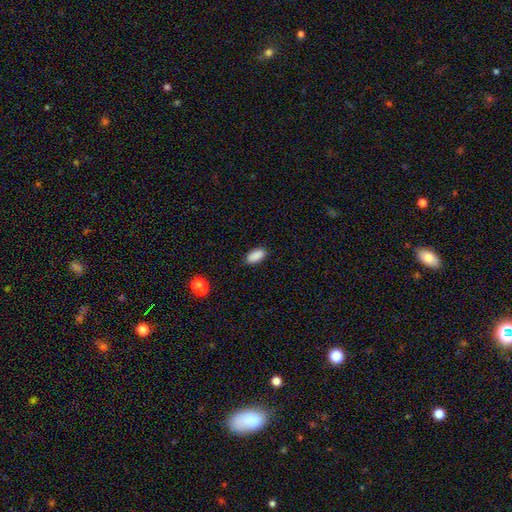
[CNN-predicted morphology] Q: Smooth or featured?
A: smooth (89%); runner-up: star or artifact (8%)
Q: How rounded?
A: in between (90%); runner-up: cigar-shaped (8%)
Q: Merging?
A: none (87%); runner-up: minor disturbance (10%)